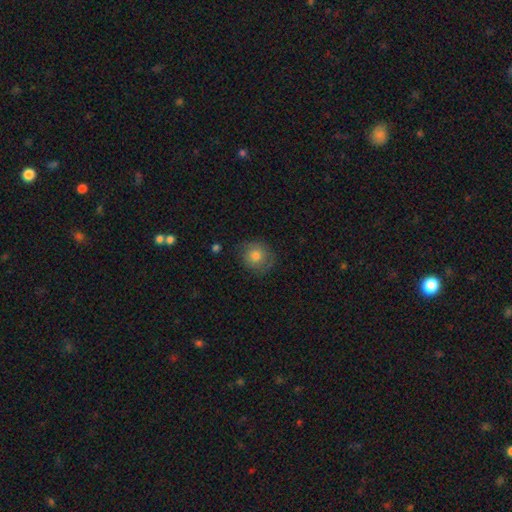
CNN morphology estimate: smooth 76%, featured or disk 14%, star or artifact 9%. Down the decision tree: how rounded — round (87%); merging — none (77%).